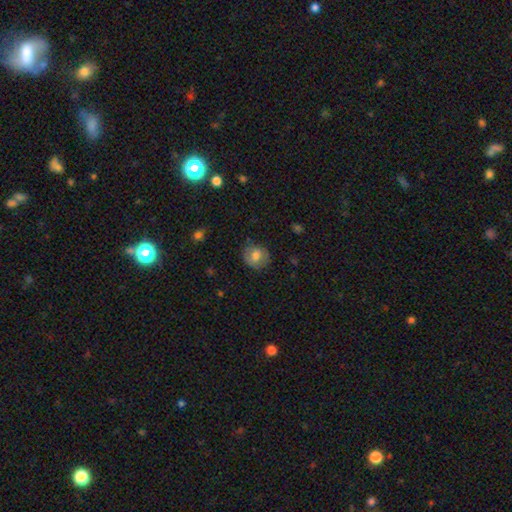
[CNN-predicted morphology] smooth-or-featured: smooth: 70% | featured or disk: 22% | star or artifact: 8%
  how-rounded: round: 77% | in between: 22% | cigar-shaped: 1%
  merging: none: 80% | minor disturbance: 15% | major disturbance: 4% | merger: 1%